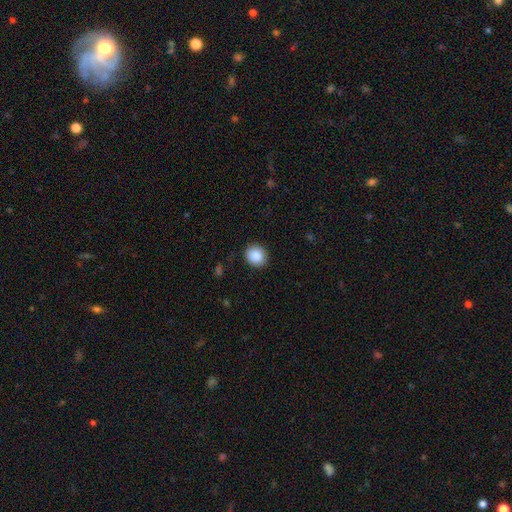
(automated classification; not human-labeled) Overall: smooth (88%). How rounded: round (81%). Merging: none (89%).